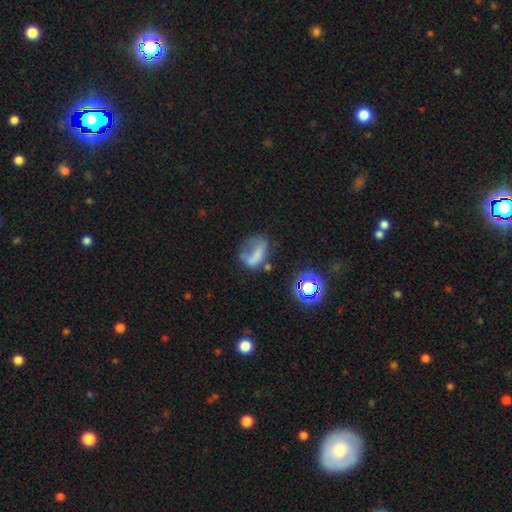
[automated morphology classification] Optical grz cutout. It shows a smooth galaxy with no disk features (50%) that is in between round and cigar-shaped (70%). Merging: major disturbance (42%).